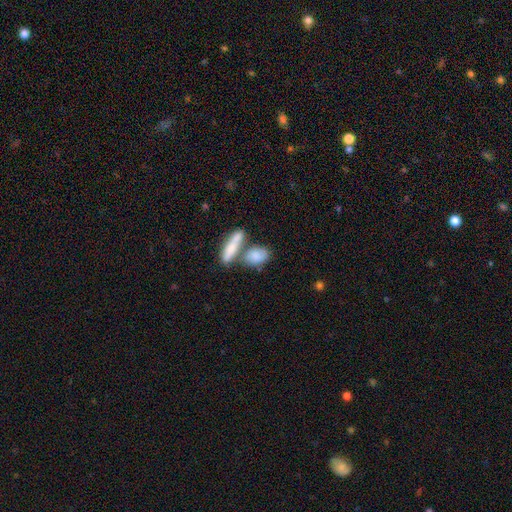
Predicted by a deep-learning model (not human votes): Smooth or featured? smooth (79%)
How rounded? in between (76%)
Merging? none (43%)